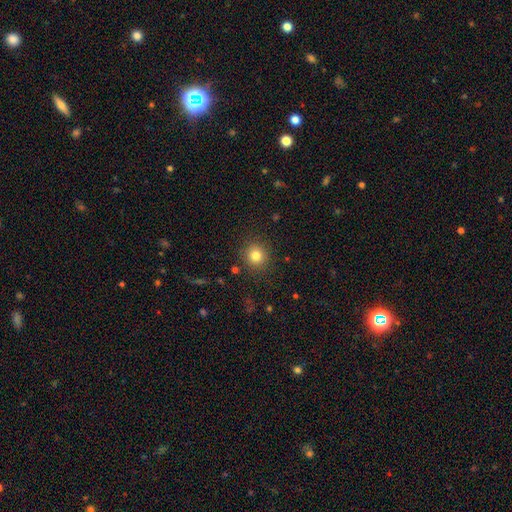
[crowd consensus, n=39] Volunteers were most divided on "how rounded": round: 85%, in between: 15%, cigar-shaped: 0%. More confident: merging — none (86%); smooth or featured — smooth (85%).